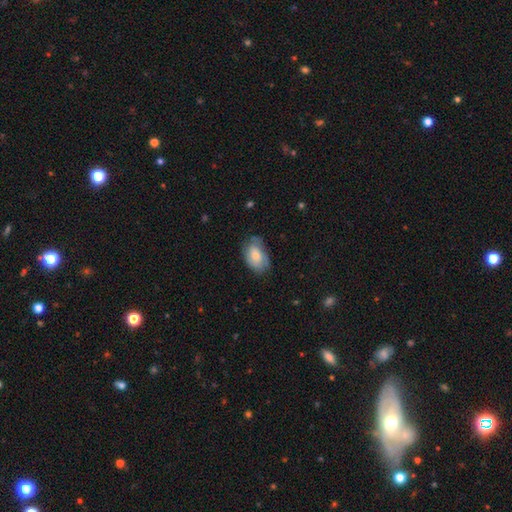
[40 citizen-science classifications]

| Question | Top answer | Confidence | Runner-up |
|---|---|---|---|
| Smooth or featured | smooth | 57% | featured or disk (35%) |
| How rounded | in between | 91% | round (9%) |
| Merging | none | 57% | minor disturbance (38%) |